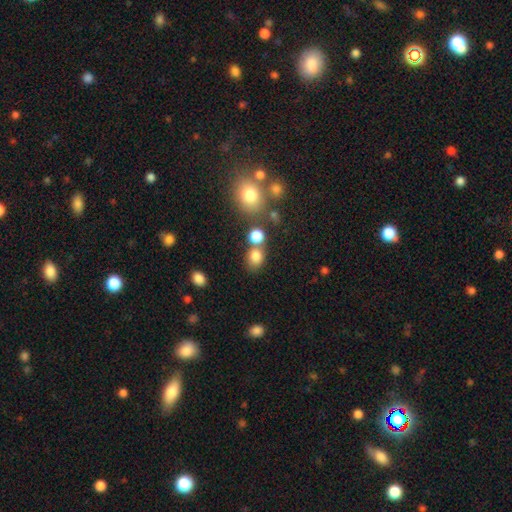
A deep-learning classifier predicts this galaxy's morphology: The model was most divided on "how rounded": round: 60%, in between: 39%, cigar-shaped: 1%. More confident: smooth or featured — smooth (80%); merging — none (59%).